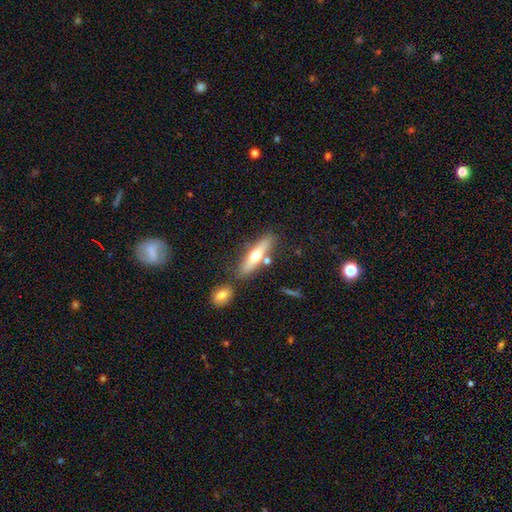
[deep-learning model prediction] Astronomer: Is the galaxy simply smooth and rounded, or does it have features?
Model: smooth — 51% (runner-up: featured or disk, 43%).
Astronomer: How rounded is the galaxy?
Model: cigar-shaped — 71%.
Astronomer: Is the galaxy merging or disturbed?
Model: none — 71%.